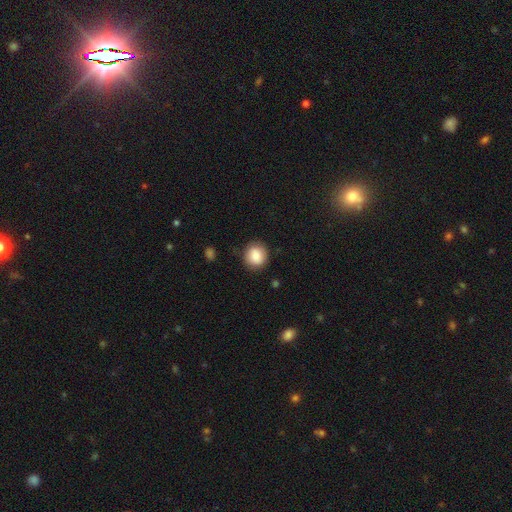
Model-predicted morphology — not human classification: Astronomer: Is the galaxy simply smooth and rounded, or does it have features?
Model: smooth — 86%.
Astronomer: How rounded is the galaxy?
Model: round — 84%.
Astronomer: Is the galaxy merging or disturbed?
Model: none — 84%.